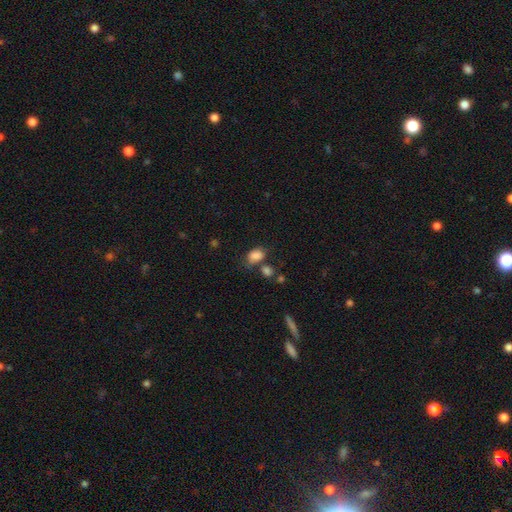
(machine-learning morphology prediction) Smooth or featured? Predicted: smooth (p=0.83). How rounded? Predicted: in between (p=0.79). Merging? Predicted: none (p=0.48).